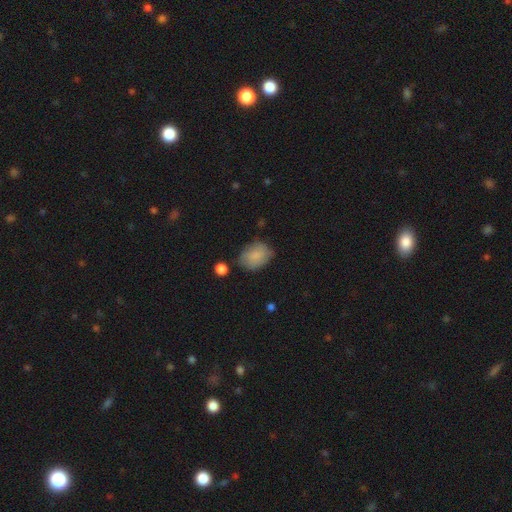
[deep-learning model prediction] Morphology: type=smooth (79%); roundness=in between (71%); merging=none (61%).